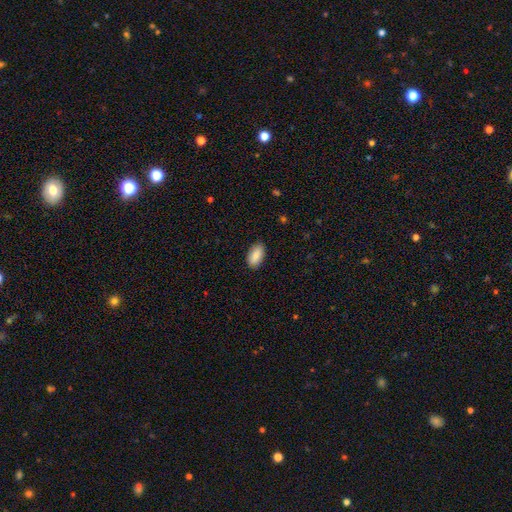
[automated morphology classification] Smooth or featured? Predicted: smooth (p=0.87). How rounded? Predicted: in between (p=0.92). Merging? Predicted: none (p=0.86).